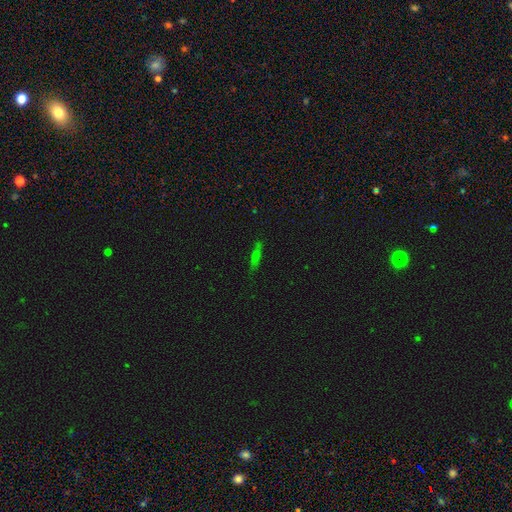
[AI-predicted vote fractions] smooth 51%, featured or disk 30%, star or artifact 19%. Down the decision tree: how rounded — cigar-shaped (77%); merging — none (81%).